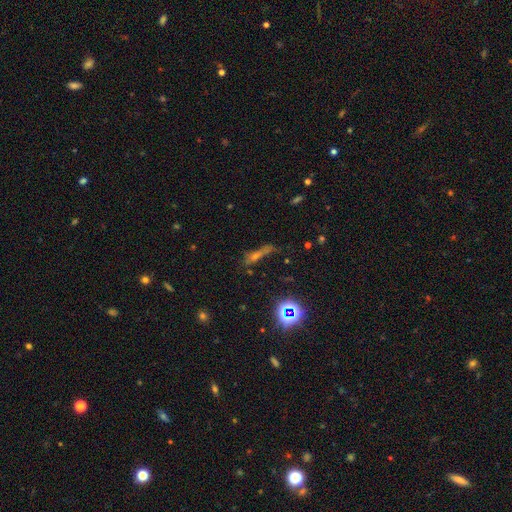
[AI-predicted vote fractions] The model was most divided on "smooth or featured": star or artifact: 42%, smooth: 31%, featured or disk: 27%.